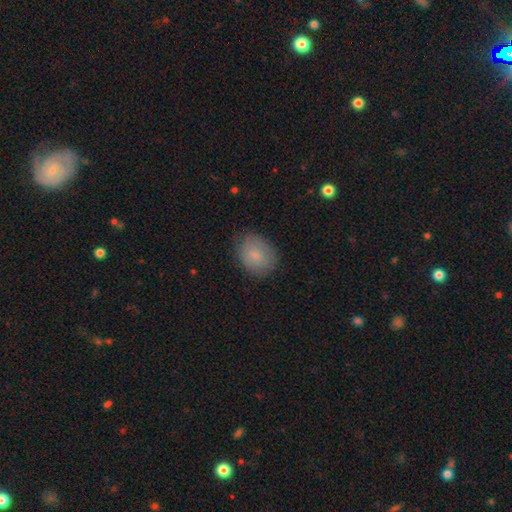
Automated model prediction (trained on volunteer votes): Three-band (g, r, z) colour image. It shows a smooth galaxy with no disk features (78%) that is in between round and cigar-shaped (57%). Merging: none (75%).